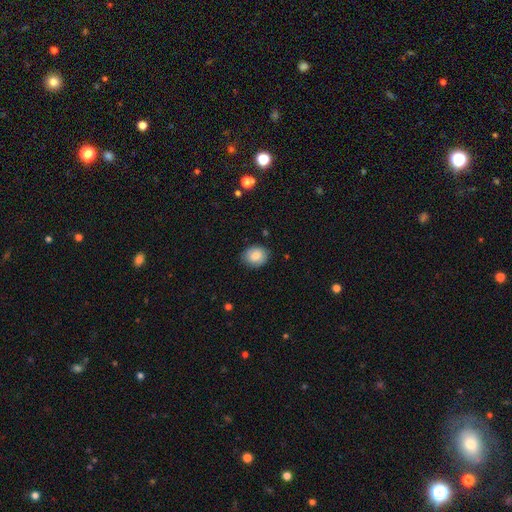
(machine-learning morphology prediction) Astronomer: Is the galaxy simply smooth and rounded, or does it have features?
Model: smooth — 81%.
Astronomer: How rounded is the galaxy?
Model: round — 58% (runner-up: in between, 41%).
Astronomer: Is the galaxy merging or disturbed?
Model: none — 84%.